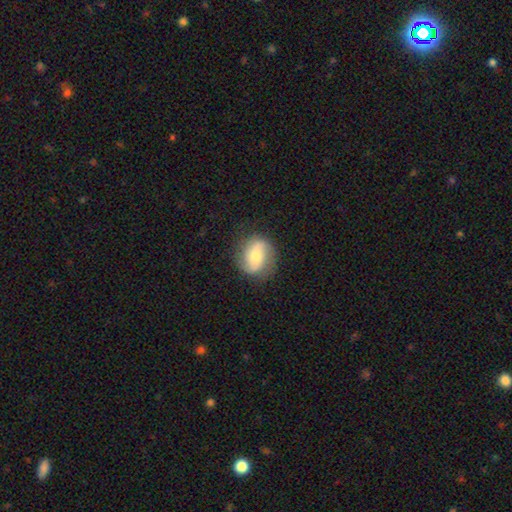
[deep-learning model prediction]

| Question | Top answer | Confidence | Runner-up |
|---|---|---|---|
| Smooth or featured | featured or disk | 58% | smooth (34%) |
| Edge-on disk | no | 96% | yes (4%) |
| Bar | no | 49% | weak (34%) |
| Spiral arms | yes | 87% | no (13%) |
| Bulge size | moderate | 59% | small (33%) |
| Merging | none | 79% | minor disturbance (15%) |